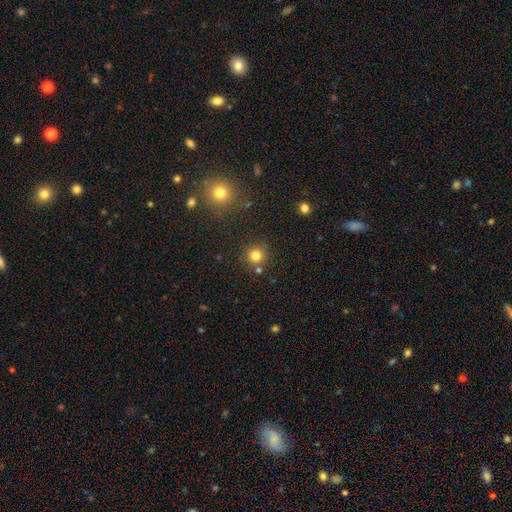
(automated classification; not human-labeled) smooth-or-featured: smooth: 80% | star or artifact: 14% | featured or disk: 6%
  how-rounded: round: 93% | in between: 6% | cigar-shaped: 1%
  merging: none: 80% | minor disturbance: 9% | merger: 8% | major disturbance: 3%